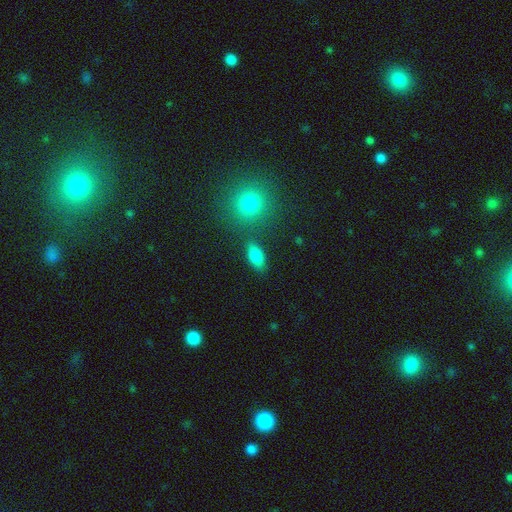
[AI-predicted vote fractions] Smooth or featured?
  - smooth: 83% *
  - star or artifact: 9%
  - featured or disk: 8%
How rounded?
  - in between: 85% *
  - cigar-shaped: 8%
  - round: 7%
Merging?
  - none: 79% *
  - minor disturbance: 12%
  - merger: 6%
  - major disturbance: 4%